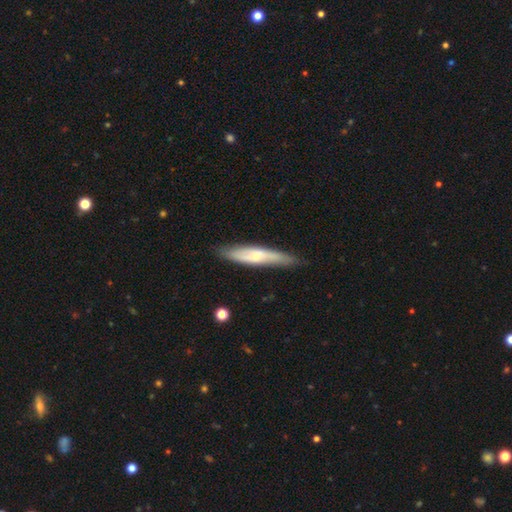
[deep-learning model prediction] Overall: smooth (53%; featured or disk 41%). How rounded: cigar-shaped (85%). Merging: none (81%).